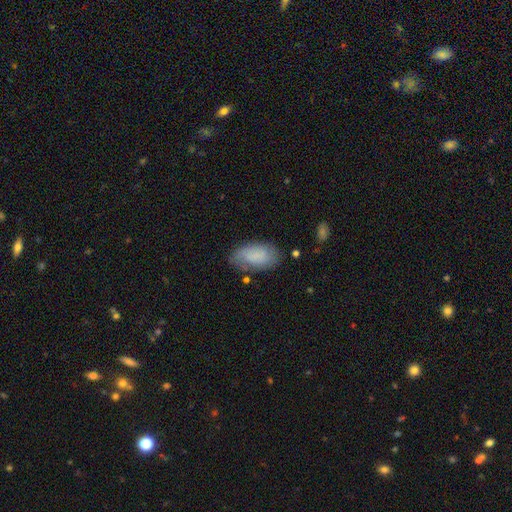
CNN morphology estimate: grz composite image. It shows a smooth galaxy with no disk features (70%) that is in between round and cigar-shaped (94%). Merging: none (65%).